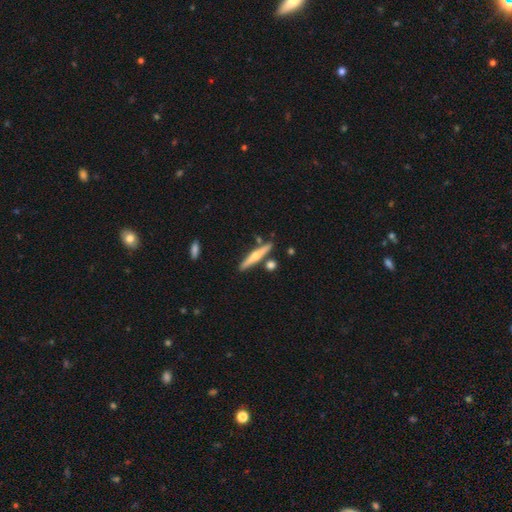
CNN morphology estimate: This is possibly a featured or disk galaxy (59%). It is clearly viewed edge-on (97%). Edge-on bulge: clearly rounded (88%). Merging: clearly none (82%).